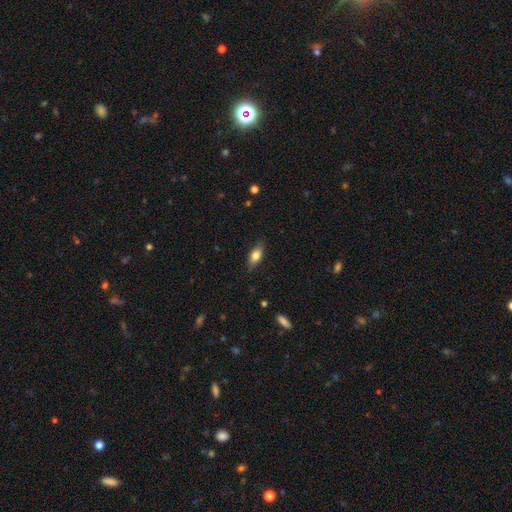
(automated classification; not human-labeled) smooth-or-featured: smooth: 73% | featured or disk: 19% | star or artifact: 7%
  how-rounded: in between: 79% | cigar-shaped: 16% | round: 5%
  merging: none: 80% | minor disturbance: 16% | major disturbance: 3% | merger: 1%